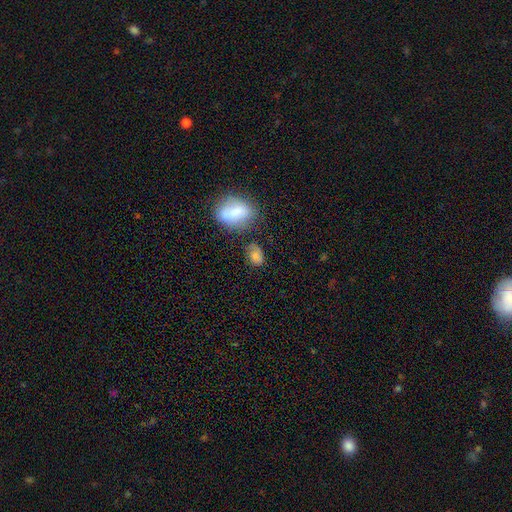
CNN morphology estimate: Overall: smooth (71%). How rounded: in between (75%). Merging: none (59%; minor disturbance 24%).